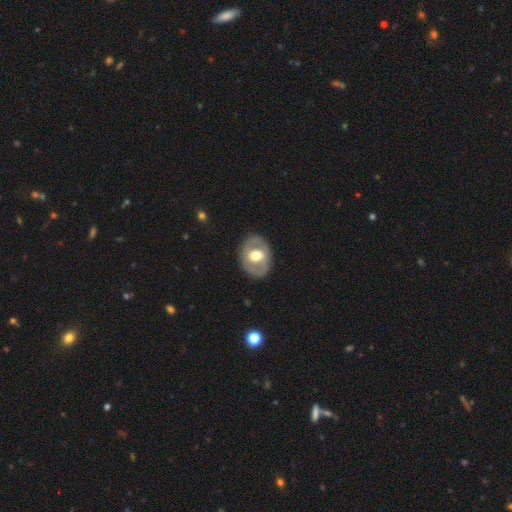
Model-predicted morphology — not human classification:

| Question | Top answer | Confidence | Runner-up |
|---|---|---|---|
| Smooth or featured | featured or disk | 56% | smooth (39%) |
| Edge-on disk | no | 93% | yes (7%) |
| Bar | no | 61% | weak (27%) |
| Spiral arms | no | 78% | yes (22%) |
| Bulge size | moderate | 59% | large (34%) |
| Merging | none | 83% | minor disturbance (11%) |